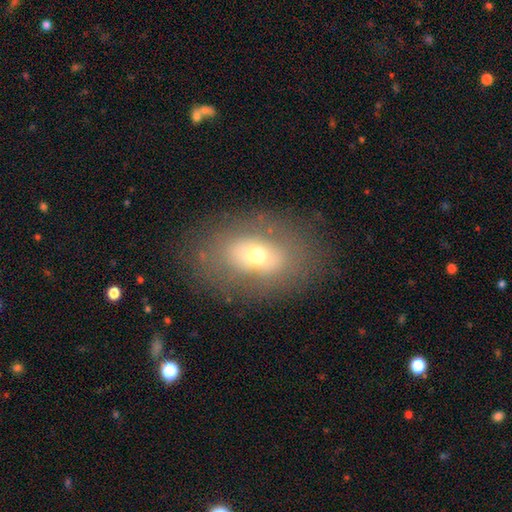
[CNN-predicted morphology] The model was most divided on "smooth or featured": smooth: 56%, featured or disk: 30%, star or artifact: 14%. More confident: merging — none (76%); how rounded — in between (68%).